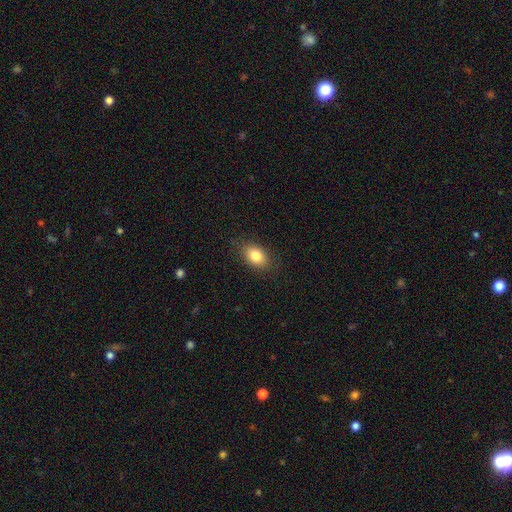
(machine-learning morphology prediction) smooth-or-featured: smooth: 83% | star or artifact: 9% | featured or disk: 8%
  how-rounded: in between: 83% | round: 16% | cigar-shaped: 2%
  merging: none: 86% | minor disturbance: 11% | major disturbance: 3% | merger: 1%